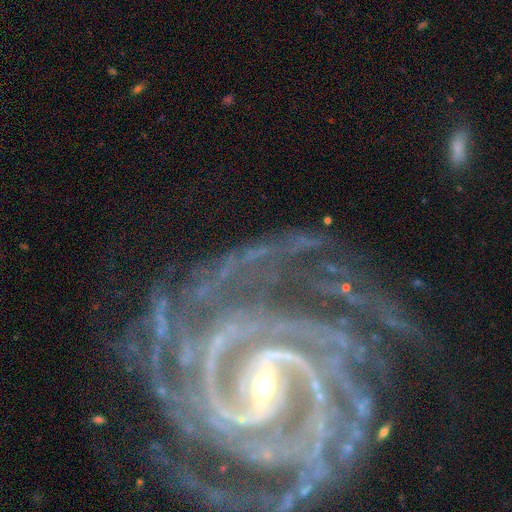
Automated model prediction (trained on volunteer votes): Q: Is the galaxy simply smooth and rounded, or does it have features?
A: featured or disk — 94%.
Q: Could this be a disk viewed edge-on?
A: no — 98%.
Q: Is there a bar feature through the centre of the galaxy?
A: strong — 56%.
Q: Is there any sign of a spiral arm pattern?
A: yes — 99%.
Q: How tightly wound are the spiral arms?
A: tight — 72%.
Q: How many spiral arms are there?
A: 2 — 24%.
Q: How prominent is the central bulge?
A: small — 67%.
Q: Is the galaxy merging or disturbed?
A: none — 74%.